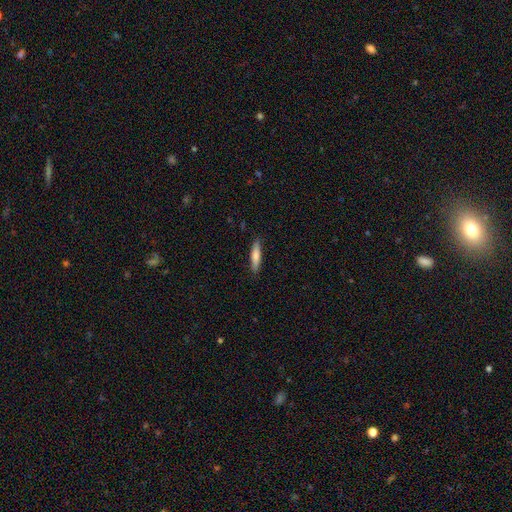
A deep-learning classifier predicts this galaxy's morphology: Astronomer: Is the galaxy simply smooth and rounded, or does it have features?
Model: smooth — 74%.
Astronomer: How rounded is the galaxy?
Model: cigar-shaped — 83%.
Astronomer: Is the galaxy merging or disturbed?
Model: none — 88%.